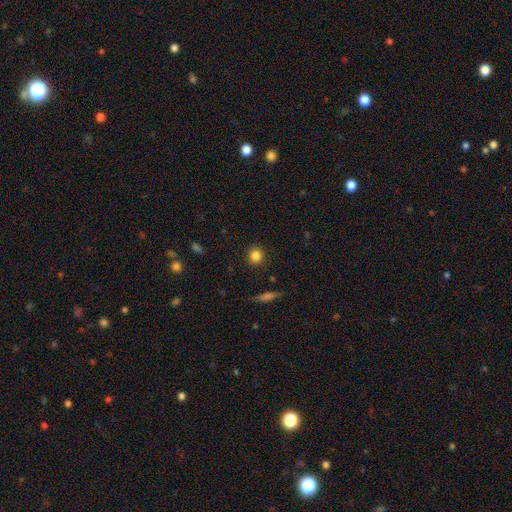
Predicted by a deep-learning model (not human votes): Smooth or featured?
  - smooth: 84% *
  - star or artifact: 11%
  - featured or disk: 5%
How rounded?
  - round: 88% *
  - in between: 10%
  - cigar-shaped: 1%
Merging?
  - none: 90% *
  - minor disturbance: 7%
  - major disturbance: 2%
  - merger: 1%